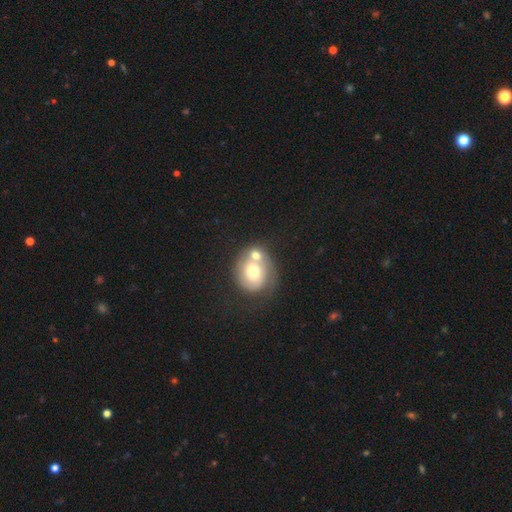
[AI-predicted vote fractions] smooth-or-featured: smooth: 53% | featured or disk: 39% | star or artifact: 8%
  how-rounded: round: 72% | in between: 27% | cigar-shaped: 1%
  merging: merger: 56% | none: 27% | minor disturbance: 10% | major disturbance: 7%